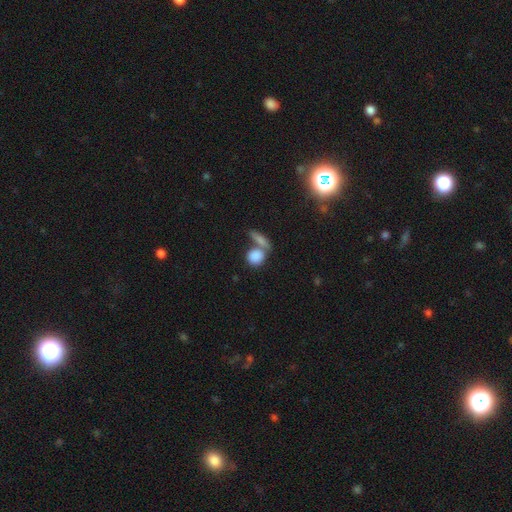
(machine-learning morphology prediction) type=smooth (85%); roundness=round (63%); merging=none (45%).